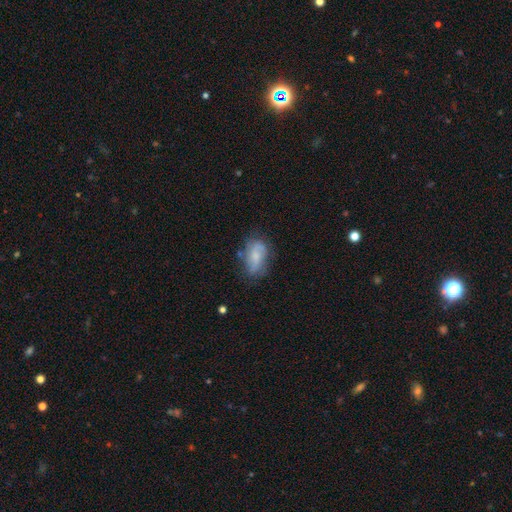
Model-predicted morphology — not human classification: smooth 49%, featured or disk 43%, star or artifact 9%. Down the decision tree: merging — none (54%).